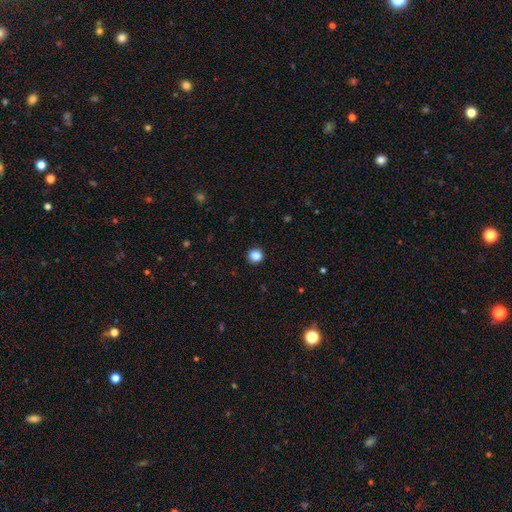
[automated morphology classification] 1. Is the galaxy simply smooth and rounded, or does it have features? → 86% smooth, 11% star or artifact, 3% featured or disk.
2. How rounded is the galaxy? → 89% round, 10% in between, 1% cigar-shaped.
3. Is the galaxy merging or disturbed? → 91% none, 6% minor disturbance, 2% major disturbance, 1% merger.